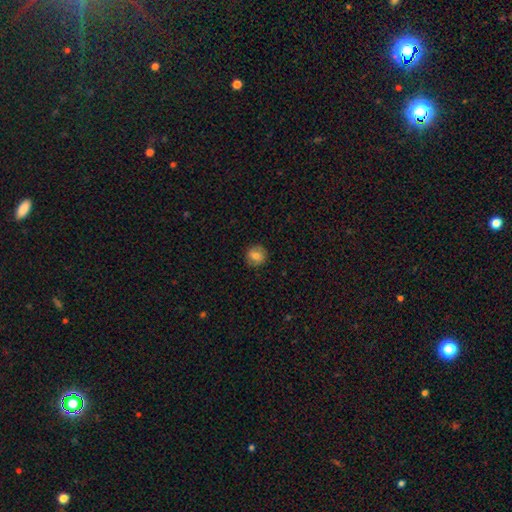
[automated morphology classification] Q: Smooth or featured?
A: smooth (78%); runner-up: featured or disk (13%)
Q: How rounded?
A: round (90%); runner-up: in between (9%)
Q: Merging?
A: none (89%); runner-up: minor disturbance (8%)